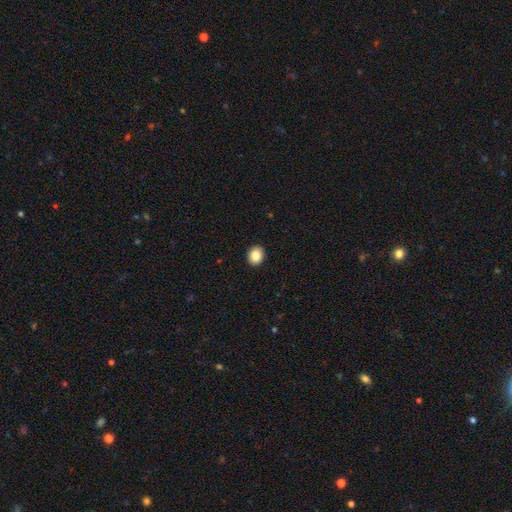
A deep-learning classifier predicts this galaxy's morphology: Overall: smooth (85%). How rounded: round (57%; in between 42%). Merging: none (92%).